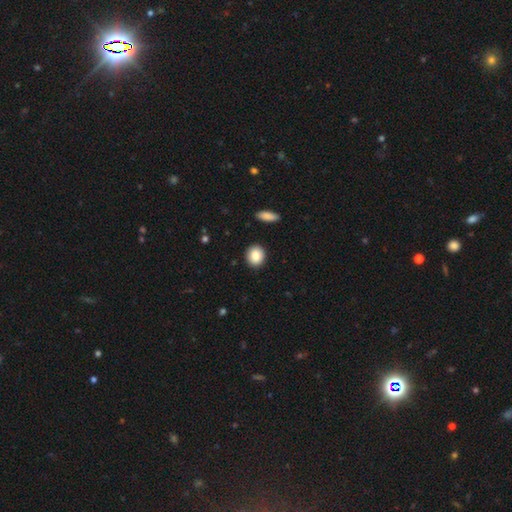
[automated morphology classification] A smooth galaxy with no disk features (86%) that is round (74%).

Vote fractions:
- Smooth or featured? smooth: 86% / star or artifact: 7% / featured or disk: 6%
- How rounded? round: 74% / in between: 25% / cigar-shaped: 1%
- Merging? none: 91% / minor disturbance: 6% / major disturbance: 2% / merger: 2%